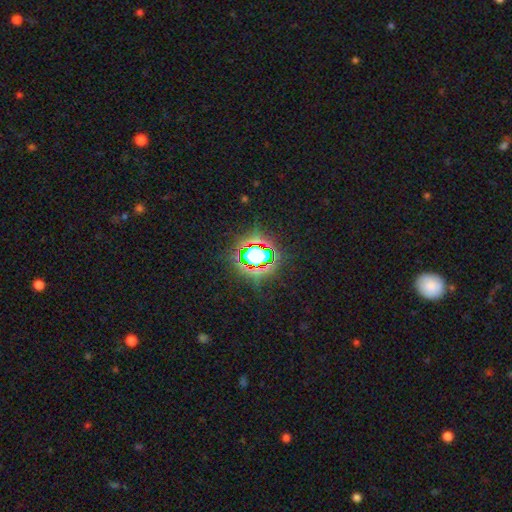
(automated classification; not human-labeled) A star or artifact, not a galaxy (69%).